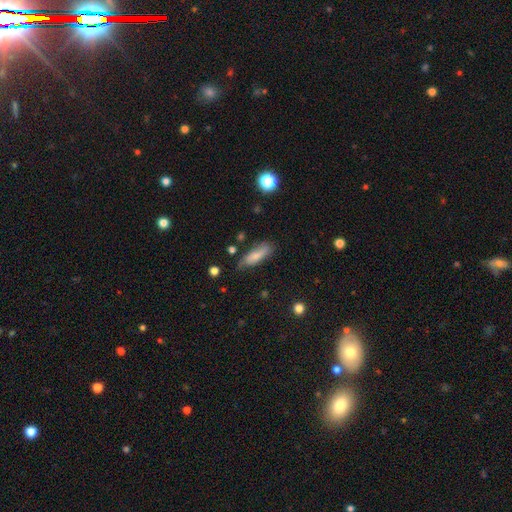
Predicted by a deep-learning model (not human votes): smooth_or_featured: smooth (p=0.74) [alt: featured or disk p=0.19]
how_rounded: in between (p=0.53) [alt: cigar-shaped p=0.44]
merging: none (p=0.69) [alt: minor disturbance p=0.23]